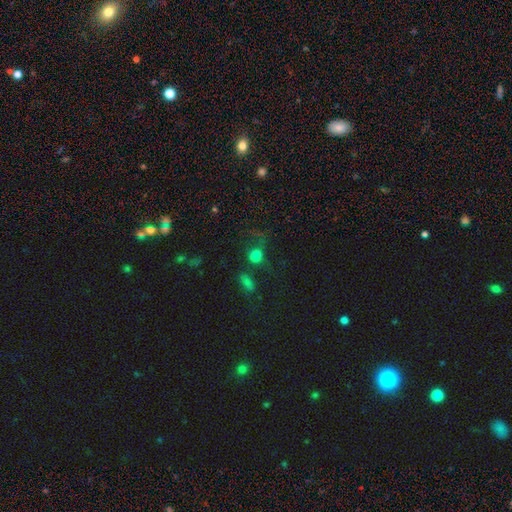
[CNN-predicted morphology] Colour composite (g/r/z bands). It shows a smooth galaxy with no disk features (62%) that is round (60%). Merging: none (44%).